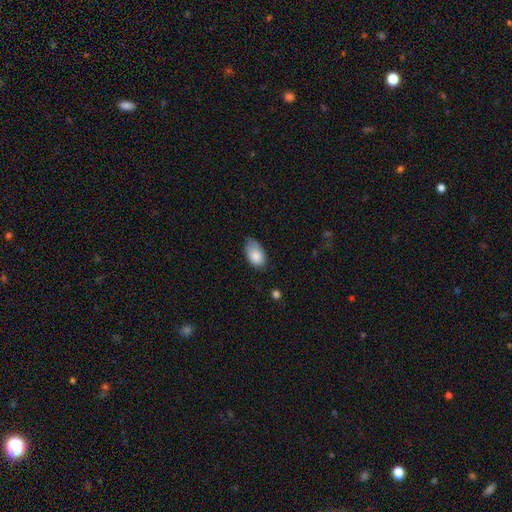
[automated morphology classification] smooth_or_featured: smooth (p=0.85) [alt: featured or disk p=0.08]
how_rounded: in between (p=0.91) [alt: round p=0.07]
merging: none (p=0.53) [alt: minor disturbance p=0.38]